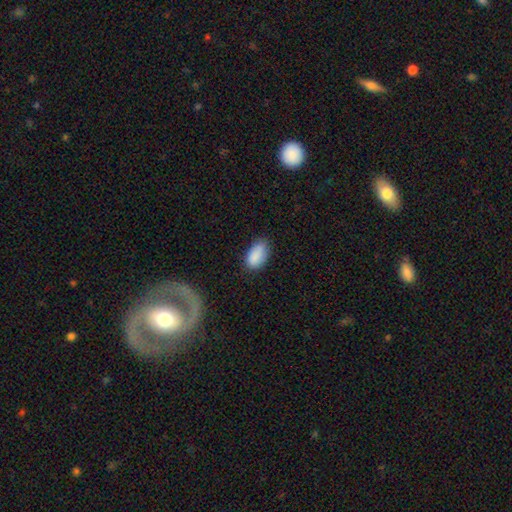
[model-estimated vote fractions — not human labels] Smooth or featured? smooth (88%)
How rounded? in between (93%)
Merging? none (70%)